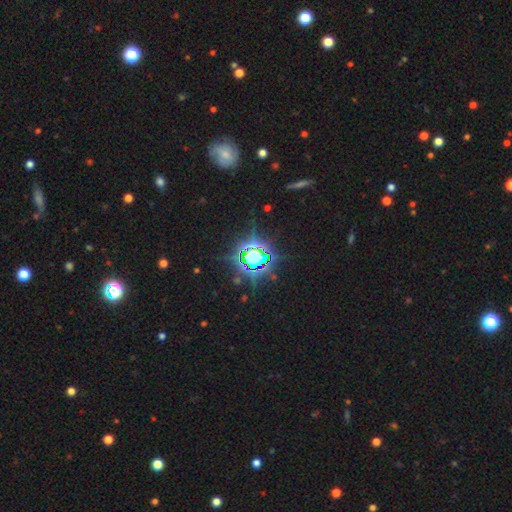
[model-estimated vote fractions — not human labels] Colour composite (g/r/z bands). It shows a star or artifact, not a galaxy (80%).